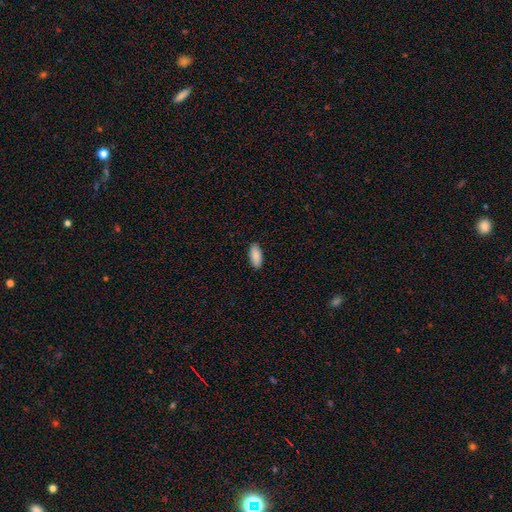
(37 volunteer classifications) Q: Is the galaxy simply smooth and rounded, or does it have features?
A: smooth — 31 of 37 (84%).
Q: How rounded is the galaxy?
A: in between — 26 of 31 (84%).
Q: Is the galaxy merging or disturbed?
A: none — 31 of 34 (91%).